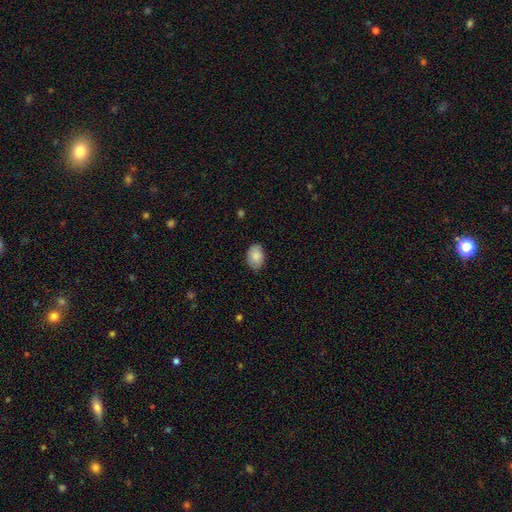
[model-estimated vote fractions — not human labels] This is clearly a smooth galaxy (84%). How rounded: likely in between (79%). Merging: clearly none (81%).